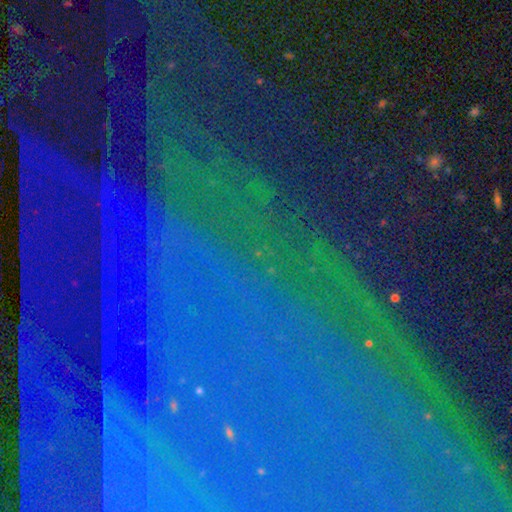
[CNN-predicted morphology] A star or artifact, not a galaxy (86%).

Vote fractions:
- Smooth or featured? star or artifact: 86% / featured or disk: 7% / smooth: 6%